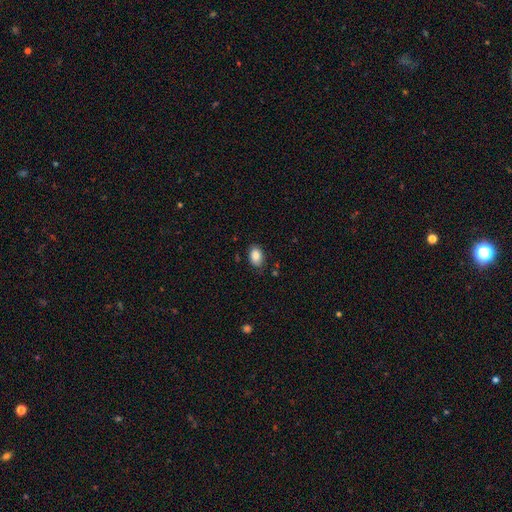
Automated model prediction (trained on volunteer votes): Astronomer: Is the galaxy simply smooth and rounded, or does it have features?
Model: smooth — 87%.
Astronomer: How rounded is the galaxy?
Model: in between — 84%.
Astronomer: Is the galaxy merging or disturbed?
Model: none — 82%.